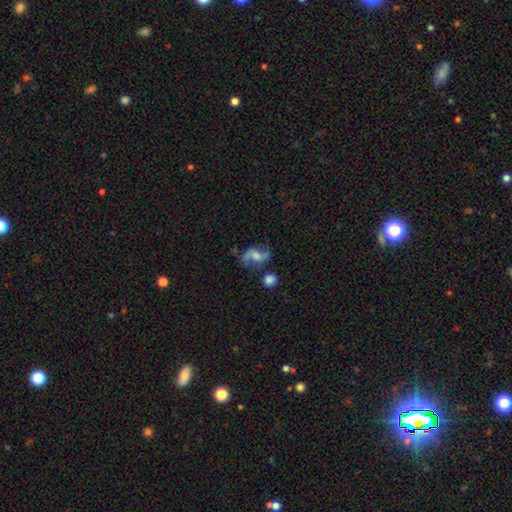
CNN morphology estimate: The model was most divided on "bar" (2-way tie): weak: 41%, no: 41%, strong: 17%. Remaining: edge-on disk — no (97%); spiral arms — yes (92%); spiral arm count — 2 (91%); smooth or featured — featured or disk (72%); spiral winding — loose (70%); merging — none (62%); bulge size — moderate (45%).